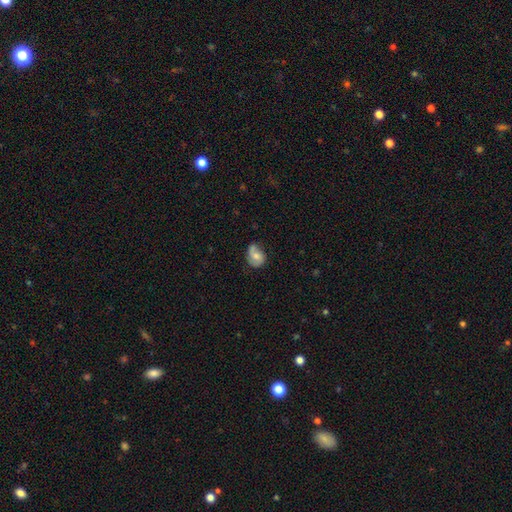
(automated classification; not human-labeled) featured or disk 49%, smooth 43%, star or artifact 8%. Down the decision tree: merging — none (46%).